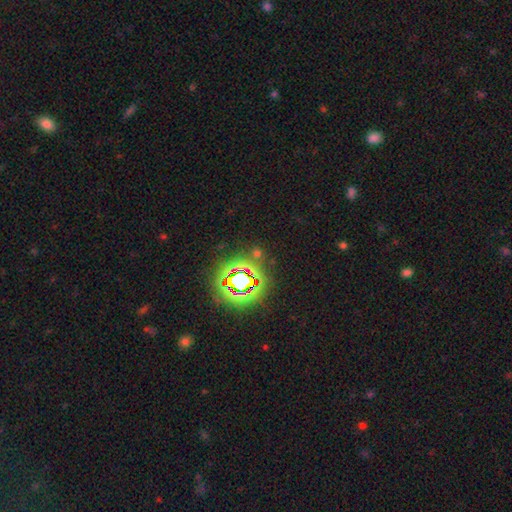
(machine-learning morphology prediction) smooth_or_featured: star or artifact (p=0.76) [alt: smooth p=0.16]